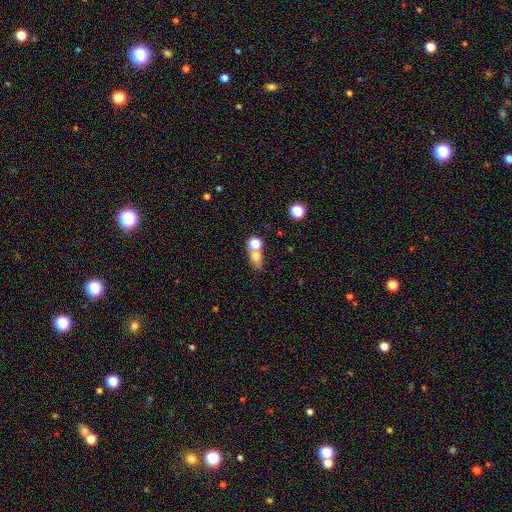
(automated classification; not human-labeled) The model was most divided on "merging": merger: 44%, none: 42%, minor disturbance: 9%, major disturbance: 5%. More confident: smooth or featured — smooth (71%); how rounded — in between (57%).